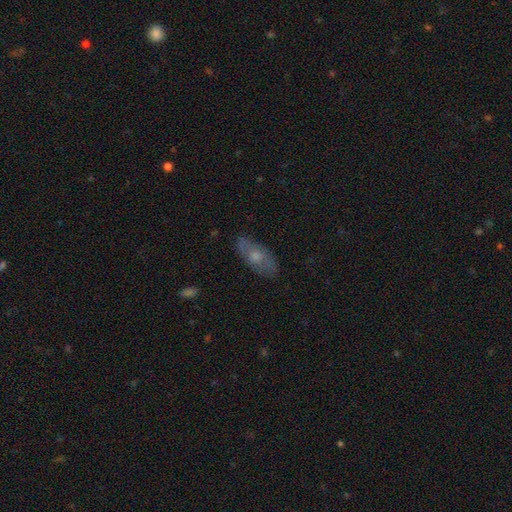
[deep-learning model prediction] The model was most divided on "smooth or featured": smooth: 53%, featured or disk: 39%, star or artifact: 8%. More confident: how rounded — in between (82%); merging — none (79%).